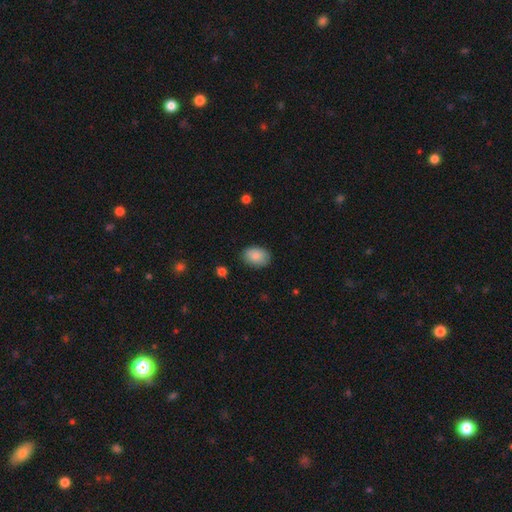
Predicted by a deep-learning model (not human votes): This appears to be a smooth galaxy with no disk features (88%) that is in between round and cigar-shaped (80%). Merging: none (85%).